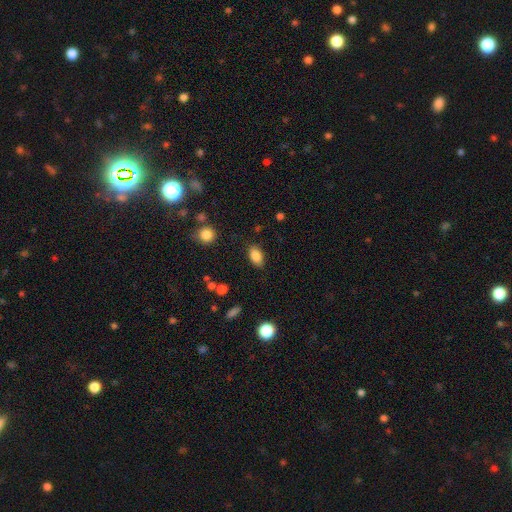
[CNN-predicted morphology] A smooth galaxy with no disk features (86%) that is in between round and cigar-shaped (89%). Merging: none (84%).